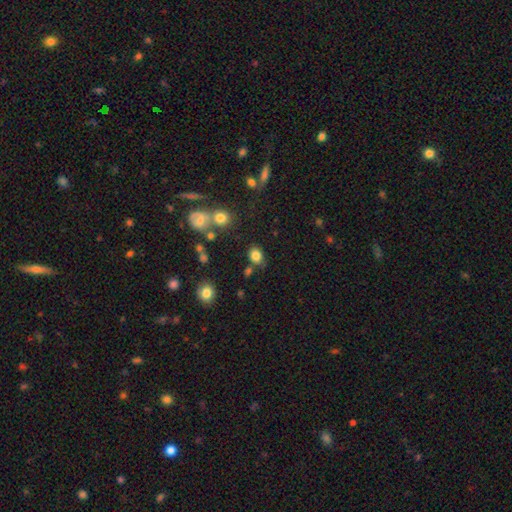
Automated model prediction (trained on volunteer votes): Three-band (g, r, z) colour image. It shows a smooth galaxy with no disk features (82%) that is round (52%). Merging: none (73%).